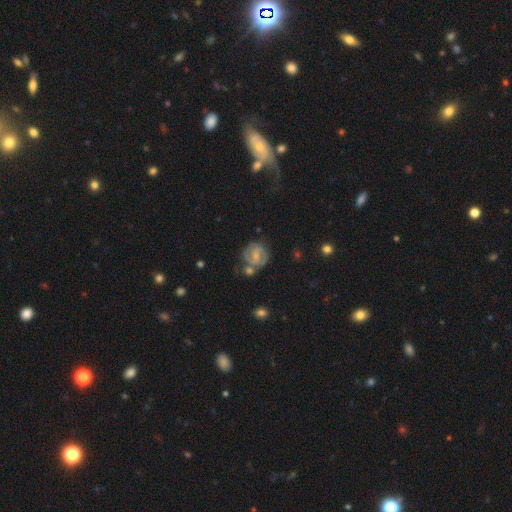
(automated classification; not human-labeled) A featured or disk galaxy (77%) with a weak bar (52%), 2 (78%) tight (48%) spiral arms (93%) and a small central bulge (51%). Merging: none (61%).